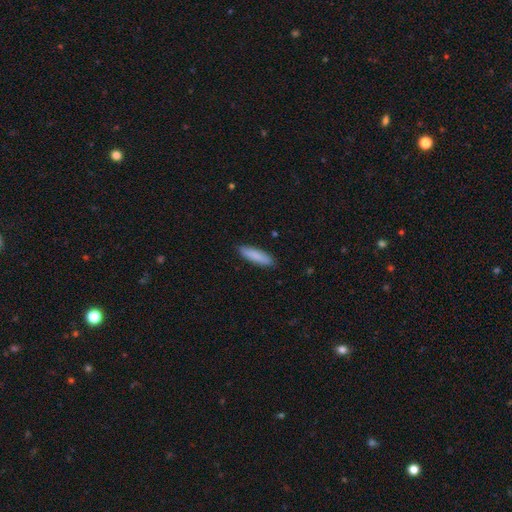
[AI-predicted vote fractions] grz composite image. It shows a smooth galaxy with no disk features (87%) that is cigar-shaped (70%). Merging: none (88%).